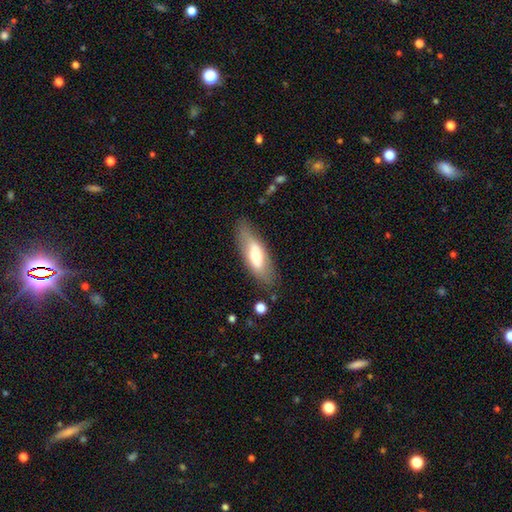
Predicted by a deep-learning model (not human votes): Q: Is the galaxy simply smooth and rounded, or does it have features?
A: smooth — 57%.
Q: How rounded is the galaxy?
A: in between — 64%.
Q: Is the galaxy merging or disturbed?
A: none — 77%.